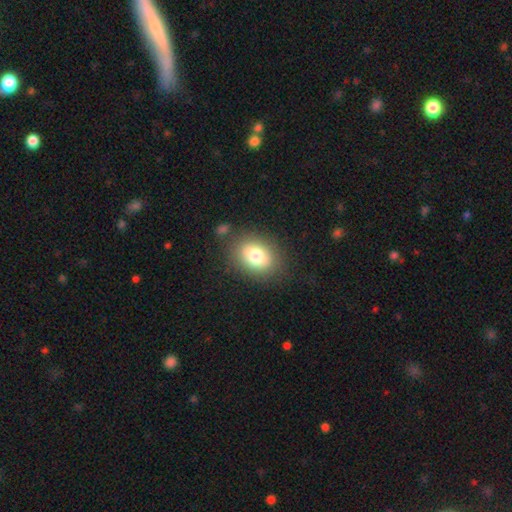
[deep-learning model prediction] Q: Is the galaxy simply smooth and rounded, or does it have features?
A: smooth — 77%.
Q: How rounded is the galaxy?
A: in between — 62%.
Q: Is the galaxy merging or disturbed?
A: none — 80%.